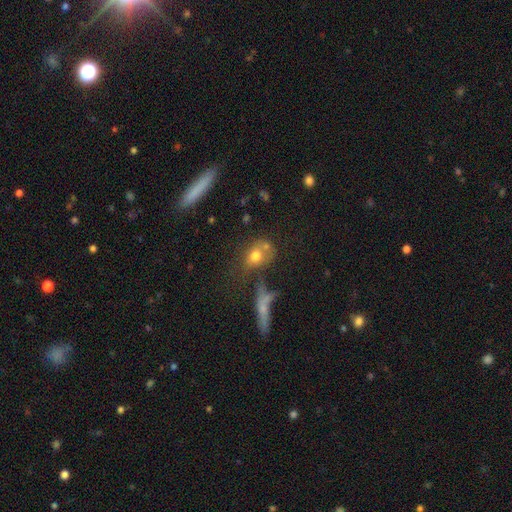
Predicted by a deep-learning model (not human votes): smooth 67%, featured or disk 19%, star or artifact 14%. Down the decision tree: how rounded — in between (50%); merging — none (40%).